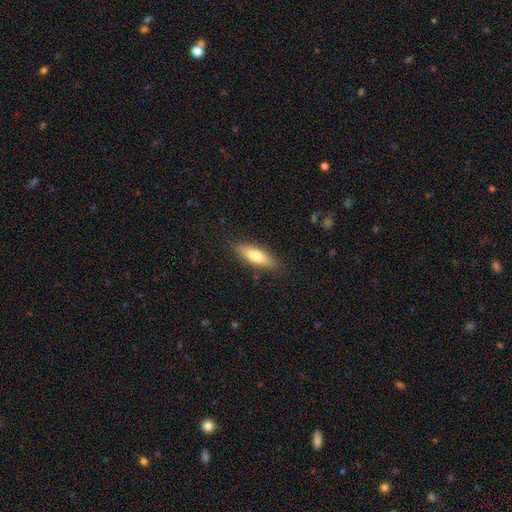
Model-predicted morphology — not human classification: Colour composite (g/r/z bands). It shows a smooth galaxy with no disk features (70%) that is in between round and cigar-shaped (51%). Merging: none (87%).